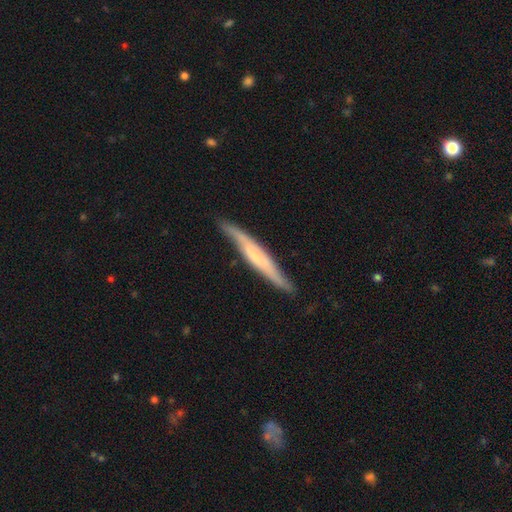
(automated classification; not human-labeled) Smooth or featured: featured or disk — 58% (smooth — 37%)
Edge-on disk: yes — 86% (no — 14%)
Merging: none — 81% (minor disturbance — 14%)